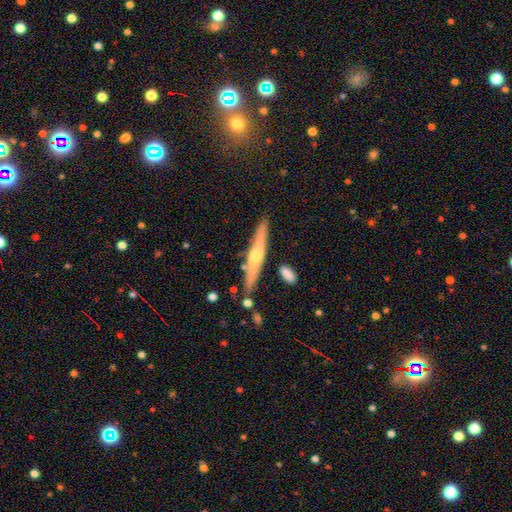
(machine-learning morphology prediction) smooth_or_featured: featured or disk (p=0.65) [alt: smooth p=0.28]
disk_edge_on: yes (p=0.95) [alt: no p=0.05]
edge_on_bulge: rounded (p=0.83) [alt: none p=0.11]
merging: none (p=0.84) [alt: minor disturbance p=0.10]